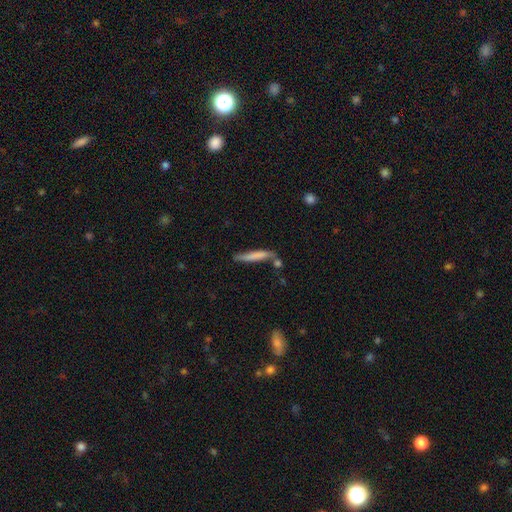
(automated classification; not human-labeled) A smooth galaxy with no disk features (67%) that is cigar-shaped (91%).

Vote fractions:
- Smooth or featured? smooth: 67% / featured or disk: 26% / star or artifact: 7%
- How rounded? cigar-shaped: 91% / in between: 7% / round: 2%
- Merging? none: 59% / minor disturbance: 20% / merger: 15% / major disturbance: 6%